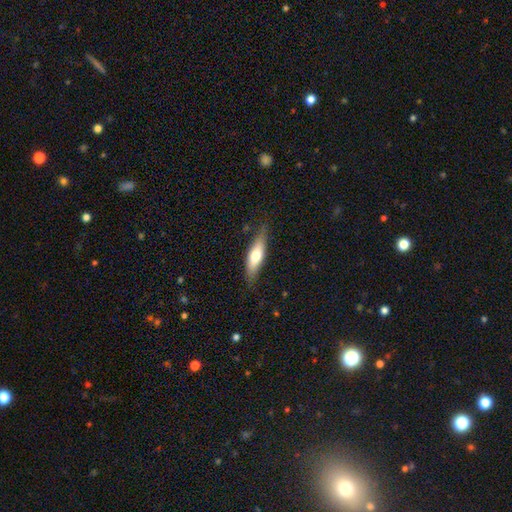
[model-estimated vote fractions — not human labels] This is possibly a smooth galaxy (59%). How rounded: possibly cigar-shaped (51%). Merging: likely none (79%).